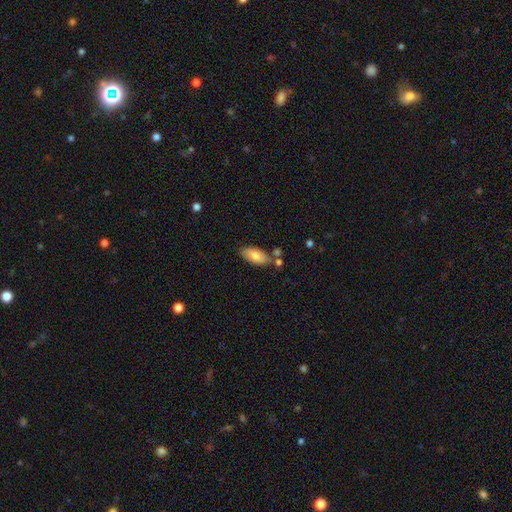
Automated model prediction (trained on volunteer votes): Smooth or featured? smooth (82%)
How rounded? in between (88%)
Merging? none (71%)